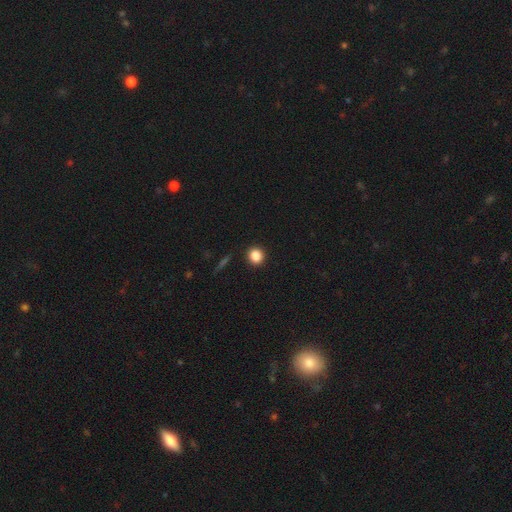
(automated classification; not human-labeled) The model was most divided on "smooth or featured": smooth: 86%, star or artifact: 10%, featured or disk: 4%. More confident: merging — none (93%); how rounded — round (88%).